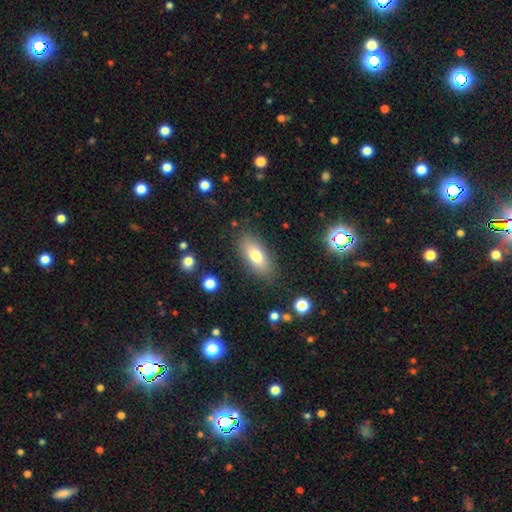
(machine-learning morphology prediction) Smooth or featured? Predicted: smooth (p=0.74). How rounded? Predicted: in between (p=0.84). Merging? Predicted: none (p=0.83).